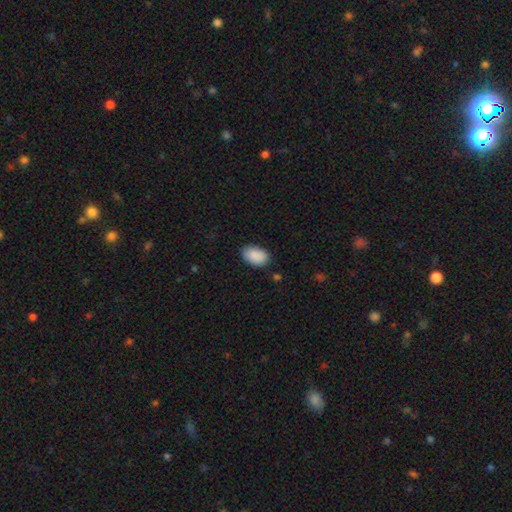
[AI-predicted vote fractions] Smooth or featured? Predicted: smooth (p=0.89). How rounded? Predicted: in between (p=0.90). Merging? Predicted: none (p=0.79).